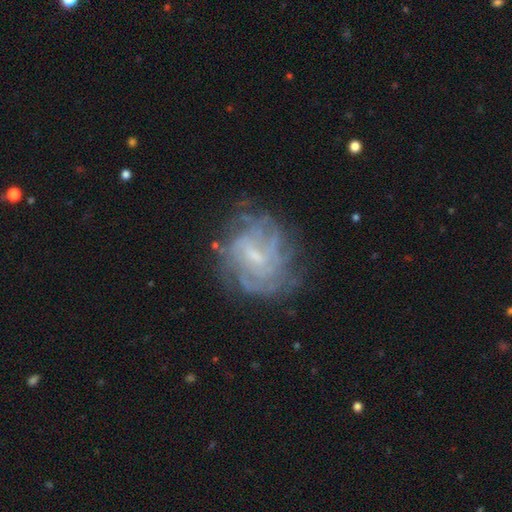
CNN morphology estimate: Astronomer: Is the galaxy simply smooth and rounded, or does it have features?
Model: featured or disk — 80%.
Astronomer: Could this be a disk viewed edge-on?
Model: no — 97%.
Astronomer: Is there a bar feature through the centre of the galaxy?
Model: weak — 58%.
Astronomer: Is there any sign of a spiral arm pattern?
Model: yes — 85%.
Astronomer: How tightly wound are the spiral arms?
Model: tight — 56% (runner-up: medium, 32%).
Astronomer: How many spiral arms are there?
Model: can't tell — 50%.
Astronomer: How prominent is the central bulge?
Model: small — 54%.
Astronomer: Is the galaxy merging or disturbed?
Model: none — 68%.